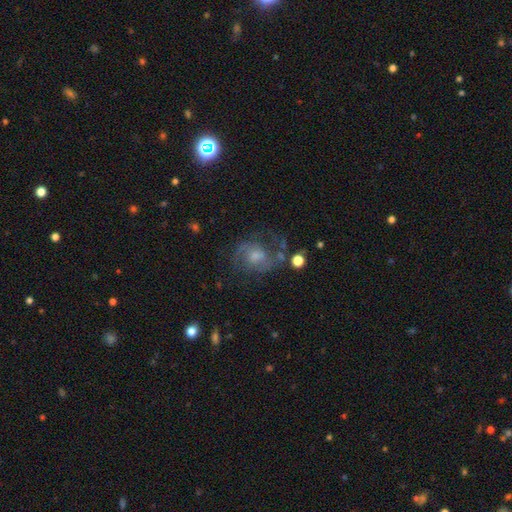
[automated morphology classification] A featured or disk galaxy (71%) with no bar (53%), 2 (77%) medium (53%) spiral arms (91%) and a moderate central bulge (46%).

Vote fractions:
- Smooth or featured? featured or disk: 71% / smooth: 14% / star or artifact: 14%
- Edge-on disk? no: 97% / yes: 3%
- Bar? no: 53% / weak: 39% / strong: 8%
- Spiral arms? yes: 91% / no: 9%
- Spiral winding? medium: 53% / tight: 26% / loose: 21%
- Spiral arm count? 2: 77% / can't tell: 12% / 3: 4% / 1: 4% / 4: 2% / more than 4: 2%
- Bulge size? moderate: 46% / small: 33% / large: 10% / none: 9% / dominant: 2%
- Merging? none: 64% / minor disturbance: 17% / major disturbance: 15% / merger: 4%